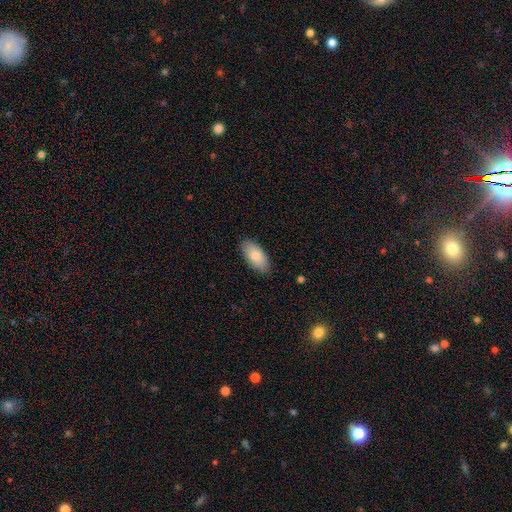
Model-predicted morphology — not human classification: Overall: smooth (83%). How rounded: in between (92%). Merging: none (86%).